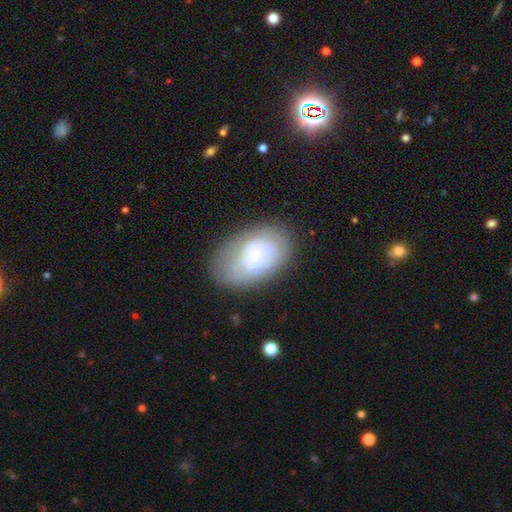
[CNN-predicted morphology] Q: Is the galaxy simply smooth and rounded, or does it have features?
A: featured or disk — 57%.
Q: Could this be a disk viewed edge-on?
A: no — 96%.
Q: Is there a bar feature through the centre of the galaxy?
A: weak — 44%.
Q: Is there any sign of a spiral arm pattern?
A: yes — 66%.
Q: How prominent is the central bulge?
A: small — 45%.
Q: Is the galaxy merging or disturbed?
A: none — 63%.